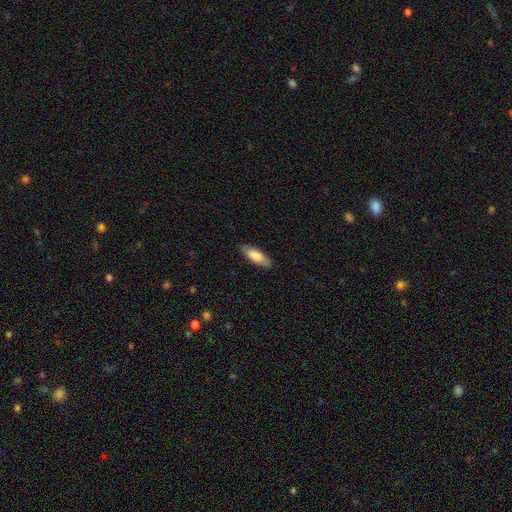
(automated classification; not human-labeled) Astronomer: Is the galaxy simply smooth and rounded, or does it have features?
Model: smooth — 76%.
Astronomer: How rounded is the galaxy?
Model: in between — 69%.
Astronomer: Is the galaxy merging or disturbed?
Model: none — 87%.